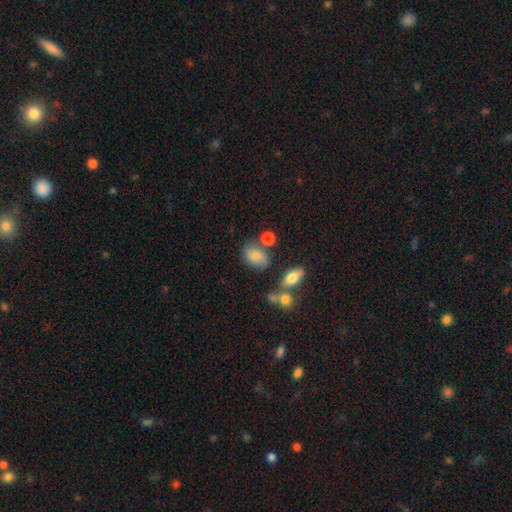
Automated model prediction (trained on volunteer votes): This is likely a smooth galaxy (68%). How rounded: likely in between (74%). Merging: possibly none (59%).